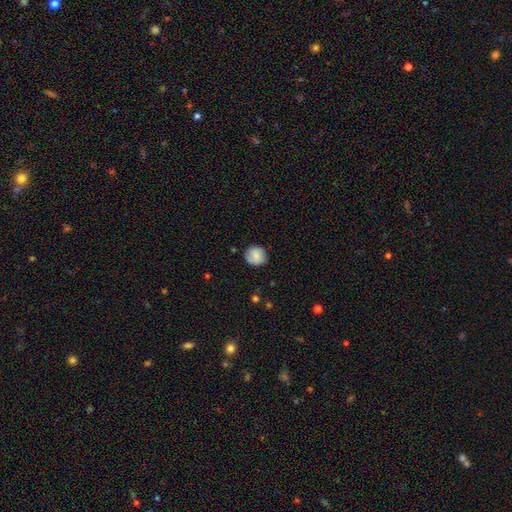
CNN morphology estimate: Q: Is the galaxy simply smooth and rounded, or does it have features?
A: smooth — 82%.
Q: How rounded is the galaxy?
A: round — 86%.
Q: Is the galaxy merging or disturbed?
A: none — 82%.